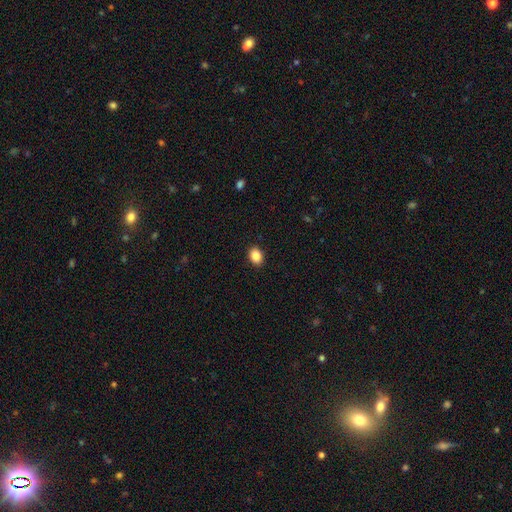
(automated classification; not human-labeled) Smooth or featured: smooth — 87% (star or artifact — 9%)
How rounded: in between — 68% (round — 31%)
Merging: none — 90% (minor disturbance — 7%)